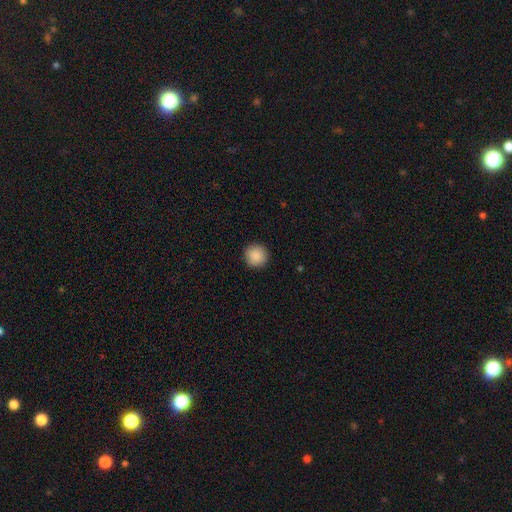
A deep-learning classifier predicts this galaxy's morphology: The model was most divided on "smooth or featured": smooth: 89%, star or artifact: 8%, featured or disk: 3%. More confident: how rounded — round (95%); merging — none (92%).